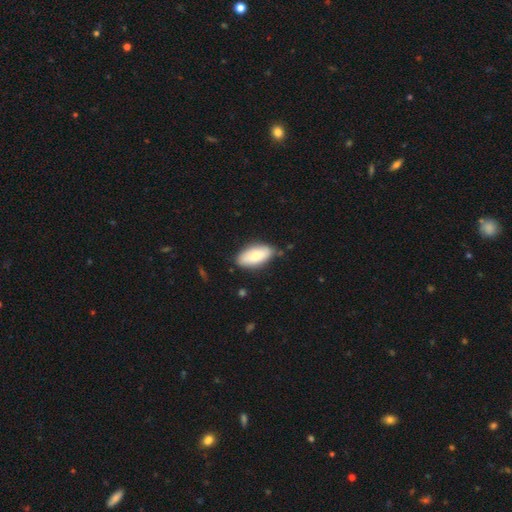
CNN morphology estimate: Q: Smooth or featured?
A: smooth (78%); runner-up: featured or disk (17%)
Q: How rounded?
A: in between (91%); runner-up: cigar-shaped (7%)
Q: Merging?
A: none (79%); runner-up: minor disturbance (16%)